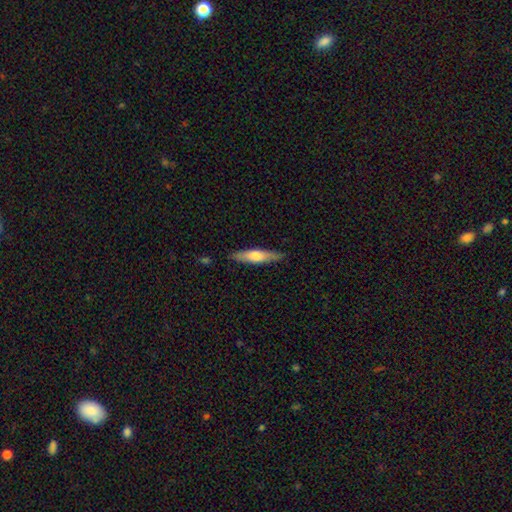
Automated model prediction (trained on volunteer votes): A smooth galaxy with no disk features (57%) that is cigar-shaped (79%).

Vote fractions:
- Smooth or featured? smooth: 57% / featured or disk: 38% / star or artifact: 5%
- How rounded? cigar-shaped: 79% / in between: 19% / round: 2%
- Merging? none: 86% / minor disturbance: 11% / major disturbance: 2% / merger: 1%